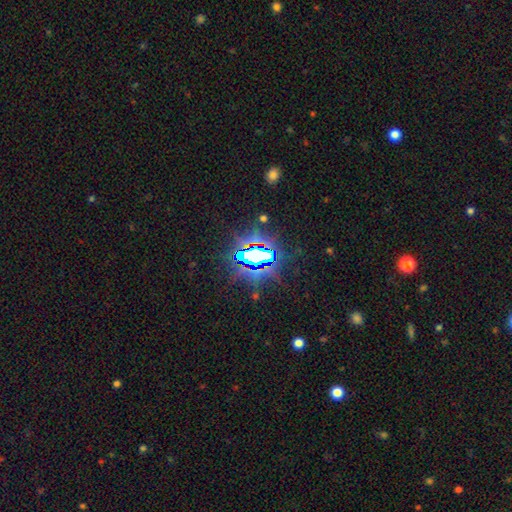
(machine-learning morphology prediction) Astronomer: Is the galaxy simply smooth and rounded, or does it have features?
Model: star or artifact — 77%.